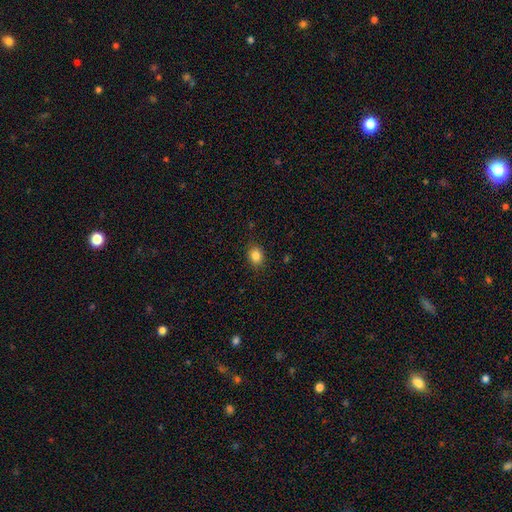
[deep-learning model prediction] Smooth or featured?
  - smooth: 85% *
  - star or artifact: 10%
  - featured or disk: 5%
How rounded?
  - in between: 53% *
  - round: 46%
  - cigar-shaped: 1%
Merging?
  - none: 87% *
  - minor disturbance: 10%
  - major disturbance: 3%
  - merger: 1%